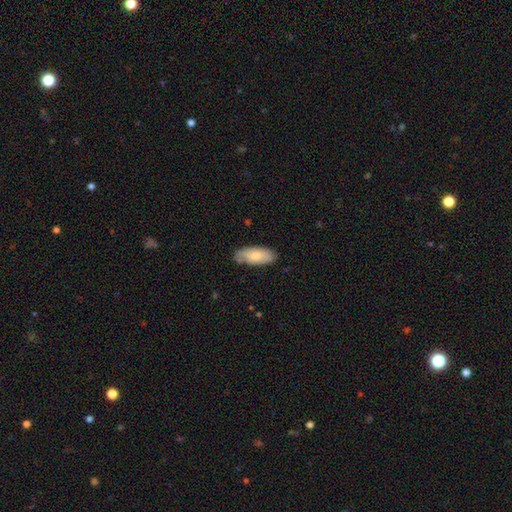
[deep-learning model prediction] smooth 72%, featured or disk 22%, star or artifact 6%. Down the decision tree: how rounded — in between (86%); merging — none (73%).